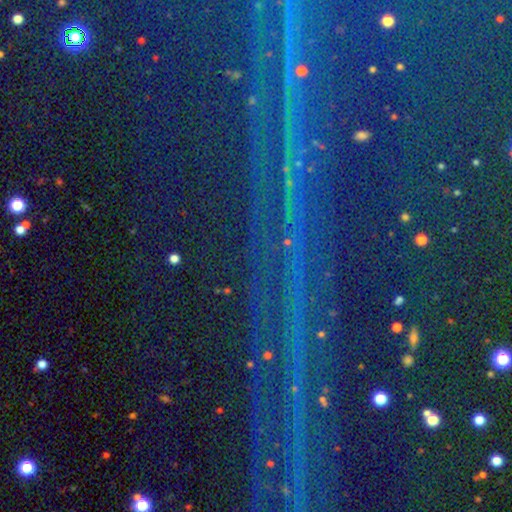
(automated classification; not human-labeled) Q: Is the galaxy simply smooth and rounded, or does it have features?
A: star or artifact — 88%.